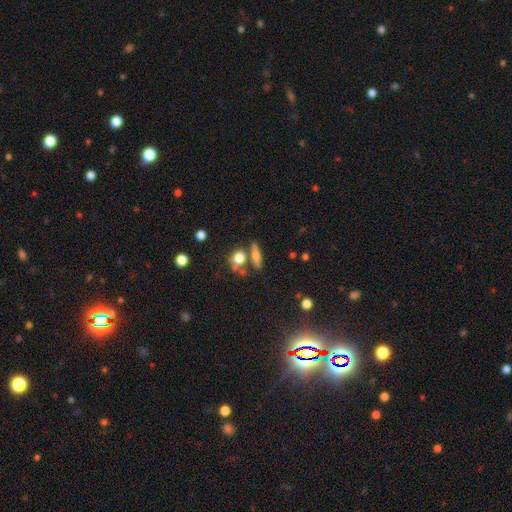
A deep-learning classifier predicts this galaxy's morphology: smooth 63%, featured or disk 26%, star or artifact 11%. Down the decision tree: how rounded — cigar-shaped (38%); merging — none (64%).